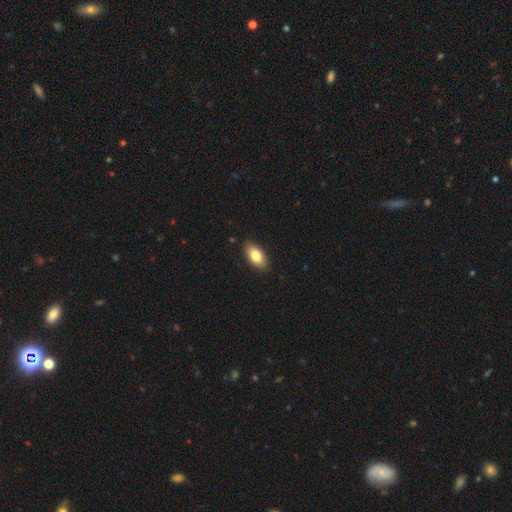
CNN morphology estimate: A smooth galaxy with no disk features (78%) that is in between round and cigar-shaped (91%). Merging: none (87%).